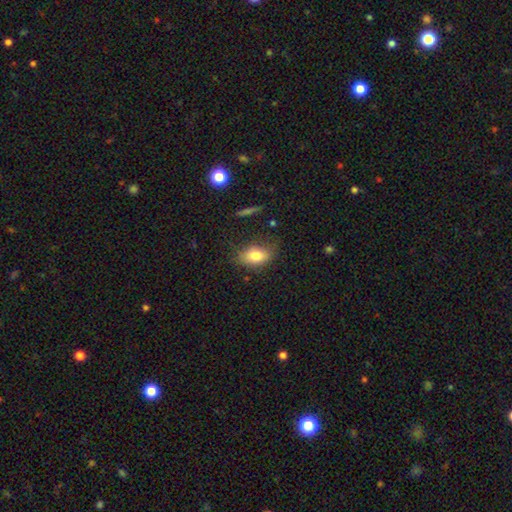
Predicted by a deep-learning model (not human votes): Smooth or featured? smooth (77%)
How rounded? in between (84%)
Merging? none (70%)